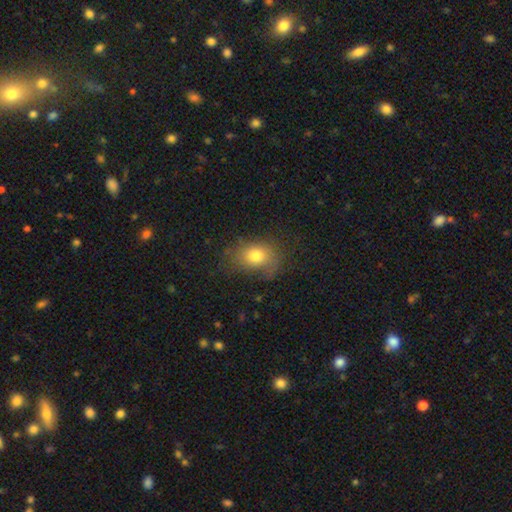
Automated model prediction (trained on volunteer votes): Smooth or featured? Predicted: smooth (p=0.75). How rounded? Predicted: in between (p=0.57). Merging? Predicted: none (p=0.61).